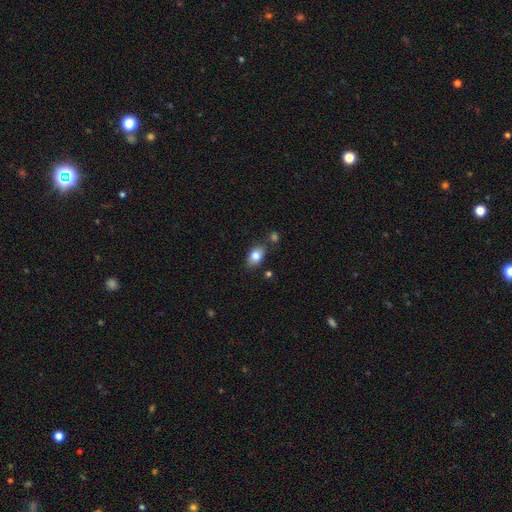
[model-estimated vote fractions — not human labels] This appears to be a smooth galaxy with no disk features (82%) that is in between round and cigar-shaped (88%). Merging: none (74%).